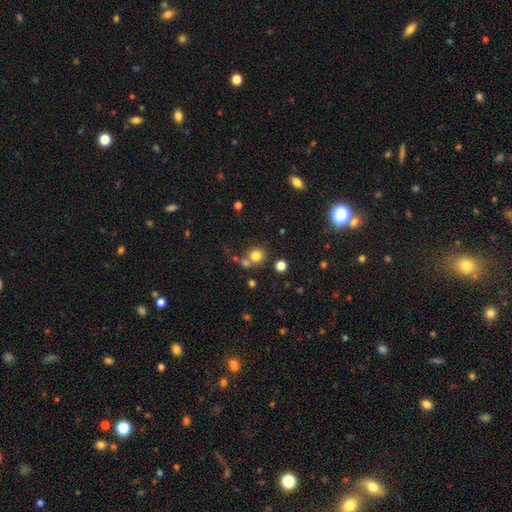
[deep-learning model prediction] This is likely a smooth galaxy (78%). How rounded: clearly round (88%). Merging: likely none (62%).